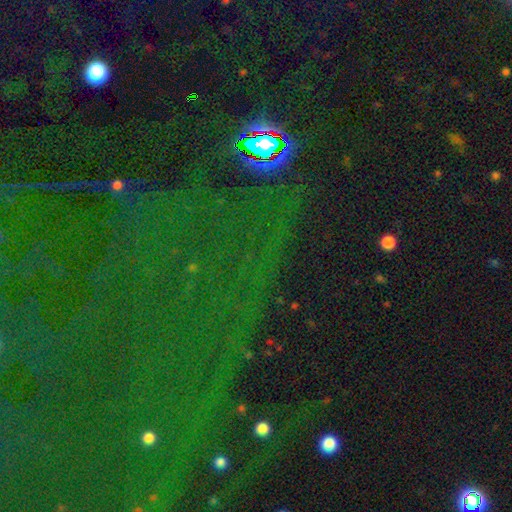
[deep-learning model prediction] The model was most divided on "smooth or featured": star or artifact: 86%, smooth: 8%, featured or disk: 6%.